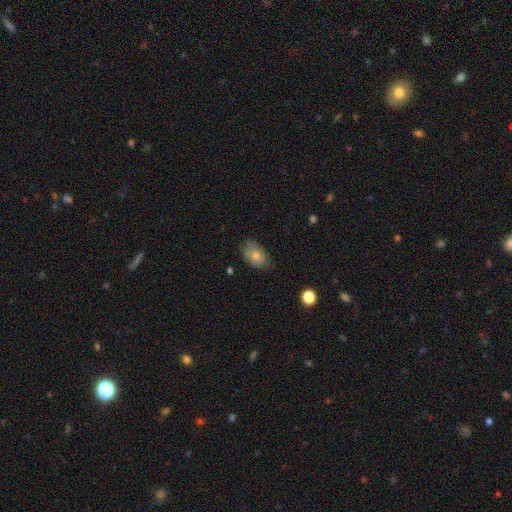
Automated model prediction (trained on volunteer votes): Morphology: type=smooth (69%); roundness=in between (82%); merging=none (72%).